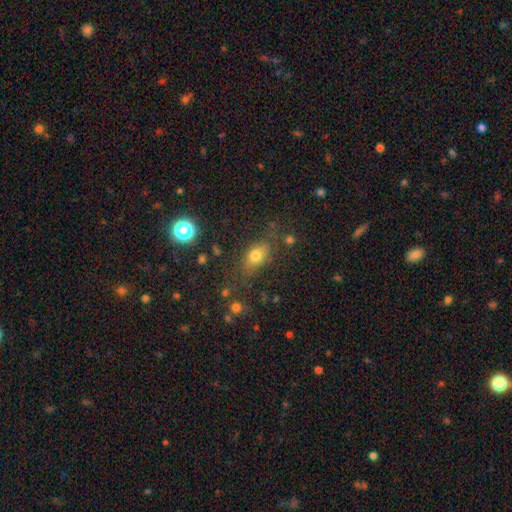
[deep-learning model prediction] Morphology: type=smooth (72%); roundness=in between (70%); merging=none (72%).